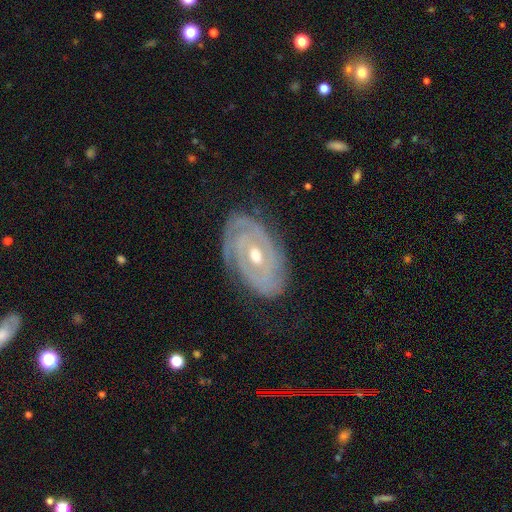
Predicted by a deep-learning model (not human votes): smooth-or-featured: featured or disk: 86% | smooth: 9% | star or artifact: 5%
  disk-edge-on: no: 94% | yes: 6%
    bar: no: 59% | weak: 31% | strong: 10%
    has-spiral-arms: yes: 91% | no: 9%
      spiral-winding: tight: 79% | medium: 16% | loose: 5%
      spiral-arm-count: 2: 38% | can't tell: 32% | 3: 13% | 1: 7% | 4: 5% | more than 4: 4%
    bulge-size: moderate: 71% | small: 24% | large: 3% | none: 1% | dominant: 1%
  merging: none: 77% | minor disturbance: 16% | major disturbance: 5% | merger: 1%